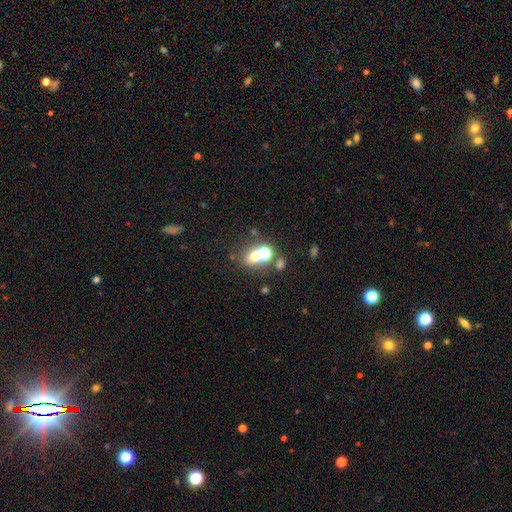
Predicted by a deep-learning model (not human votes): Q: Smooth or featured?
A: smooth (60%); runner-up: star or artifact (22%)
Q: How rounded?
A: round (56%); runner-up: in between (42%)
Q: Merging?
A: none (44%); runner-up: merger (42%)